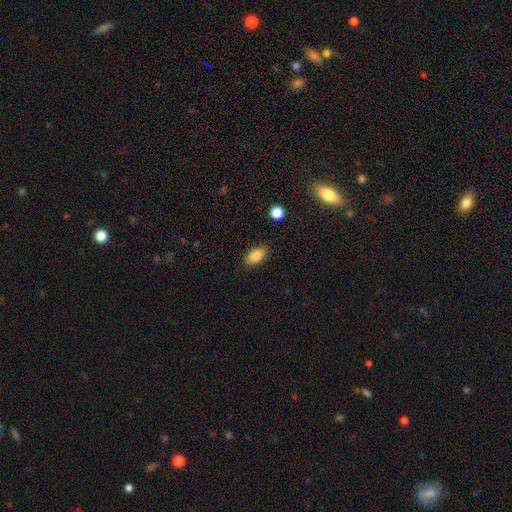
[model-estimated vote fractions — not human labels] smooth 85%, star or artifact 8%, featured or disk 7%. Down the decision tree: how rounded — in between (89%); merging — none (86%).